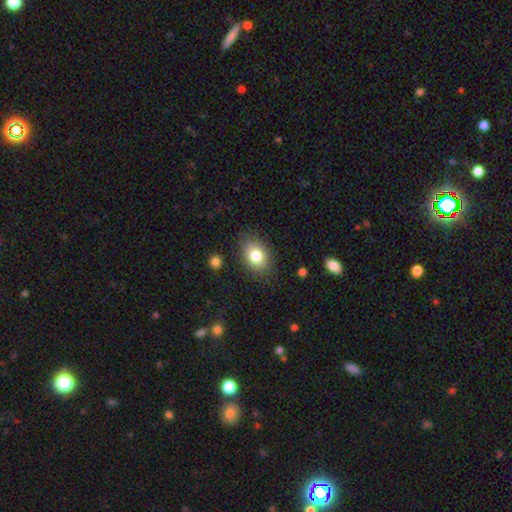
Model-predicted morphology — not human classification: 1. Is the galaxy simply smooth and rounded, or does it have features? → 79% smooth, 11% featured or disk, 9% star or artifact.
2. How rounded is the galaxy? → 70% in between, 29% round, 1% cigar-shaped.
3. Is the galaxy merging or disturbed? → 83% none, 12% minor disturbance, 4% major disturbance, 2% merger.